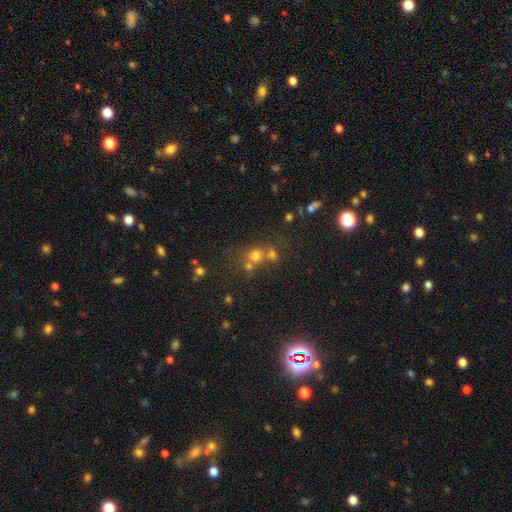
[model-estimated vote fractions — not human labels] Smooth or featured?
  - smooth: 62% *
  - star or artifact: 24%
  - featured or disk: 14%
How rounded?
  - round: 81% *
  - in between: 17%
  - cigar-shaped: 1%
Merging?
  - none: 45% *
  - merger: 41%
  - minor disturbance: 9%
  - major disturbance: 5%